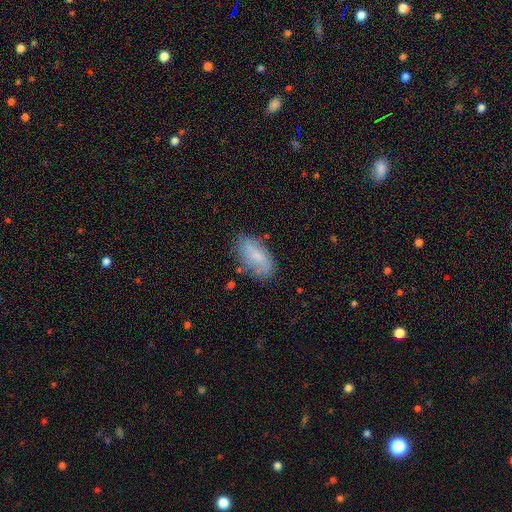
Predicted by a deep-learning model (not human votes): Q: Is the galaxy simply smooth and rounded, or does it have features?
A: smooth — 63%.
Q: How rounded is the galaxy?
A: in between — 91%.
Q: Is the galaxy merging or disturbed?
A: none — 71%.